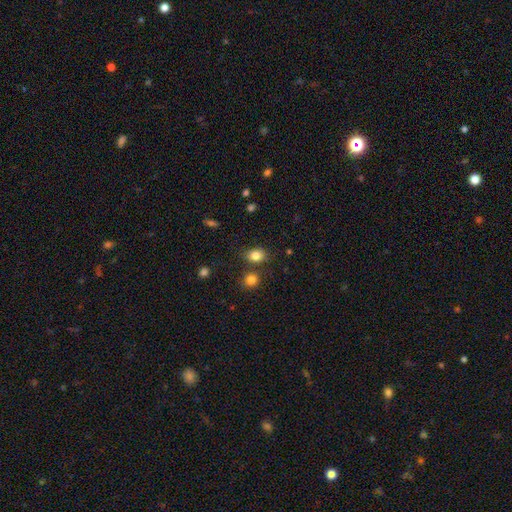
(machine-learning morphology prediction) smooth_or_featured: smooth (p=0.83) [alt: star or artifact p=0.11]
how_rounded: in between (p=0.57) [alt: round p=0.41]
merging: none (p=0.74) [alt: minor disturbance p=0.12]